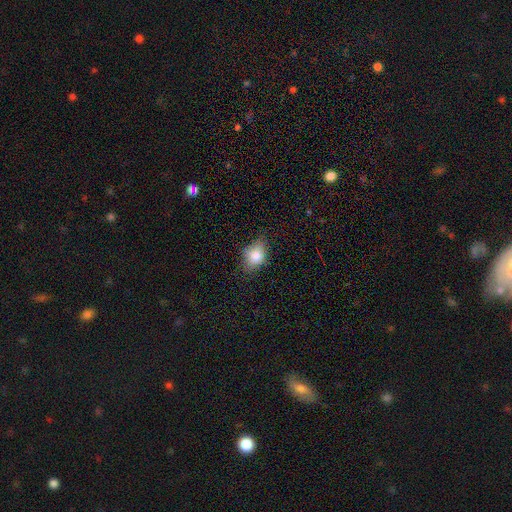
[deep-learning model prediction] Q: Smooth or featured?
A: smooth (79%); runner-up: featured or disk (12%)
Q: How rounded?
A: in between (67%); runner-up: round (31%)
Q: Merging?
A: none (67%); runner-up: minor disturbance (25%)